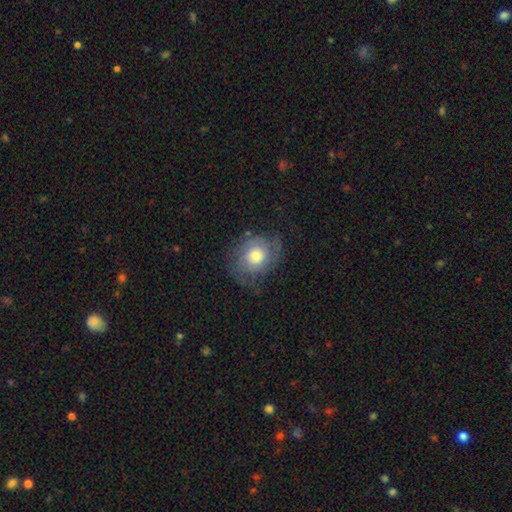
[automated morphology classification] type=featured or disk (56%); edge-on=no (97%); bar=no (82%); spiral arms=yes (80%); bulge=moderate (55%); merging=none (62%).